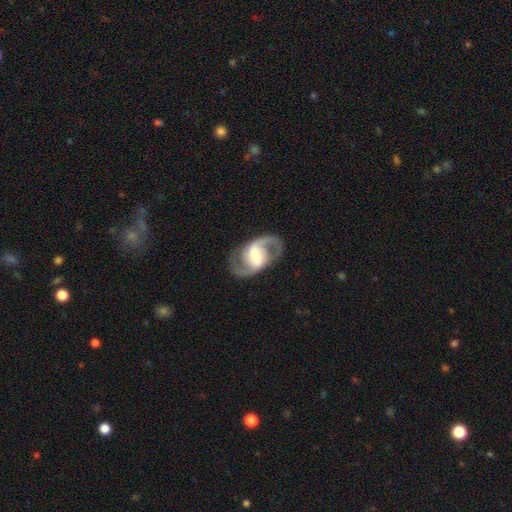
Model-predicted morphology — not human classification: featured or disk 90%, smooth 6%, star or artifact 4%. Down the decision tree: edge-on disk — no (97%); bar — weak (46%); spiral arms — yes (96%); spiral arm count — 2 (93%); spiral winding — medium (56%); bulge size — moderate (55%); merging — none (83%).